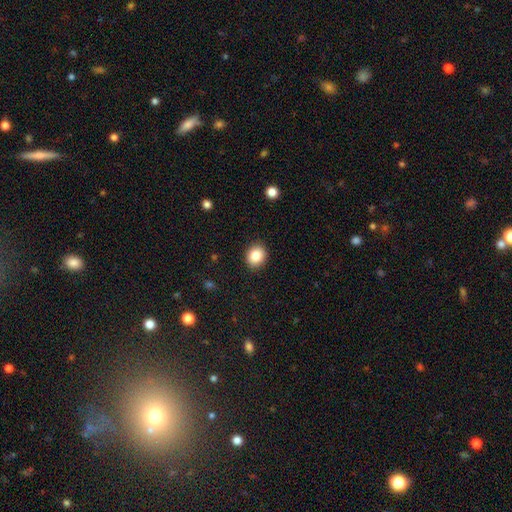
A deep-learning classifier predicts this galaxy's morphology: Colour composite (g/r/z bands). It shows a smooth galaxy with no disk features (85%) that is round (62%). Merging: none (89%).